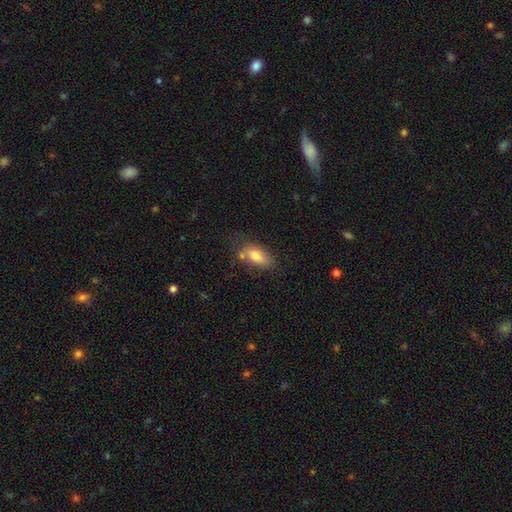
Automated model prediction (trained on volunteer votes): This appears to be a smooth galaxy with no disk features (77%) that is in between round and cigar-shaped (88%). Merging: none (61%).